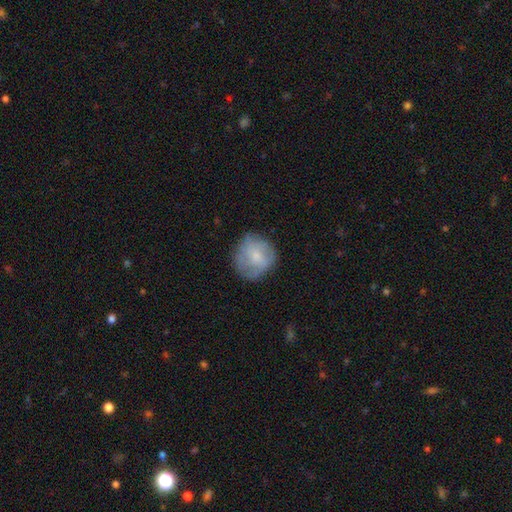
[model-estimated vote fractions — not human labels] Q: Smooth or featured?
A: smooth (62%); runner-up: featured or disk (31%)
Q: How rounded?
A: round (84%); runner-up: in between (15%)
Q: Merging?
A: none (69%); runner-up: minor disturbance (22%)